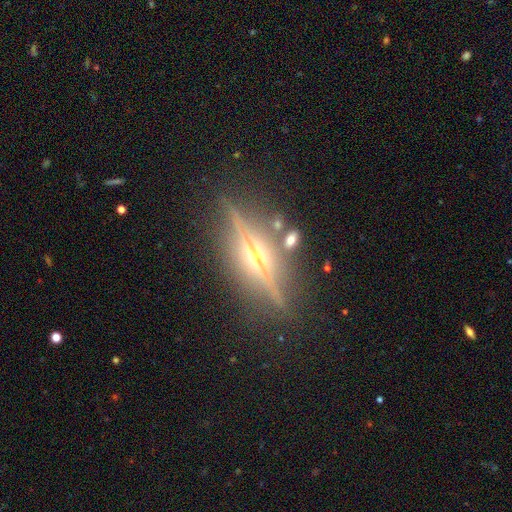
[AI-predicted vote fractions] Smooth or featured?
  - featured or disk: 85% *
  - star or artifact: 8%
  - smooth: 7%
Edge-on disk?
  - yes: 95% *
  - no: 5%
Edge-on bulge?
  - rounded: 91% *
  - boxy: 6%
  - none: 3%
Merging?
  - none: 84% *
  - minor disturbance: 10%
  - major disturbance: 3%
  - merger: 3%